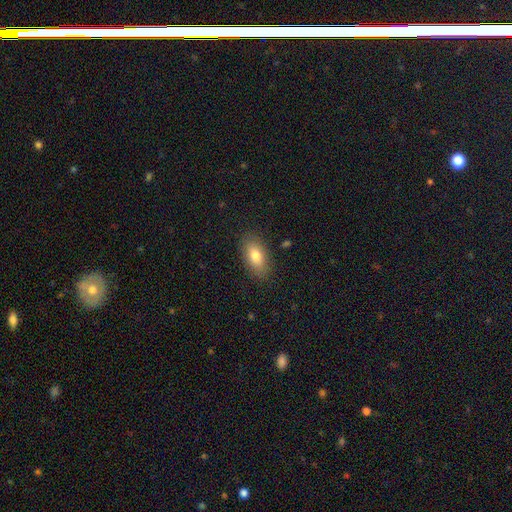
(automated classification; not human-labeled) Smooth or featured? smooth (79%)
How rounded? in between (89%)
Merging? none (86%)